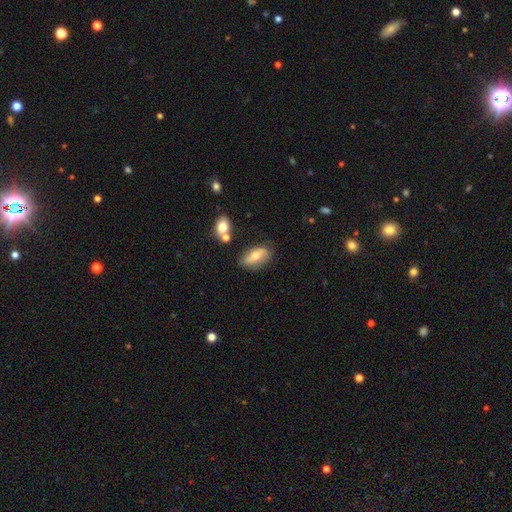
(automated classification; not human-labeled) A smooth galaxy with no disk features (50%). Merging: none (74%).